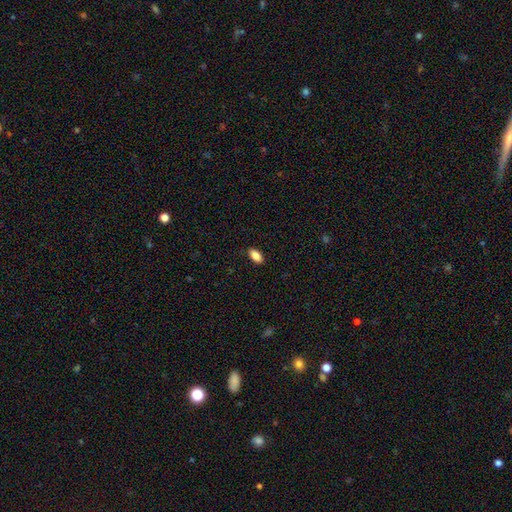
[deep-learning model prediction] Overall: smooth (85%). How rounded: in between (90%). Merging: none (88%).